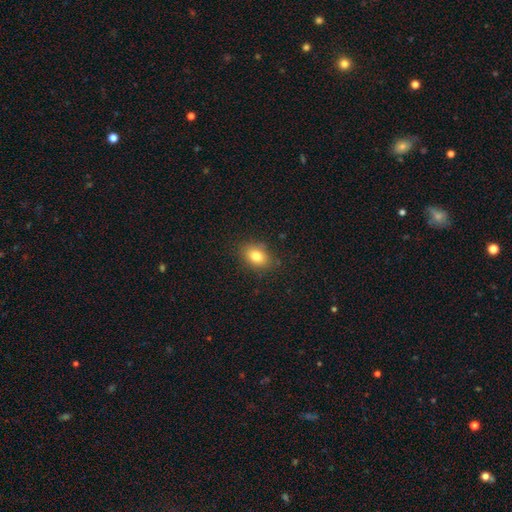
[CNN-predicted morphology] A smooth galaxy with no disk features (81%) that is in between round and cigar-shaped (68%).

Vote fractions:
- Smooth or featured? smooth: 81% / star or artifact: 10% / featured or disk: 9%
- How rounded? in between: 68% / round: 31% / cigar-shaped: 1%
- Merging? none: 84% / minor disturbance: 12% / major disturbance: 3% / merger: 1%